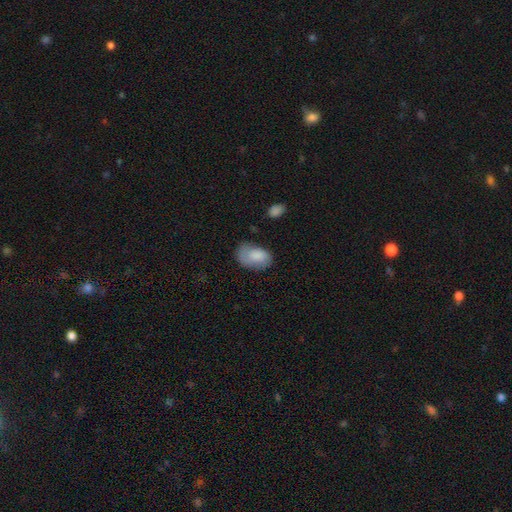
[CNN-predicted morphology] Q: Smooth or featured?
A: smooth (80%); runner-up: featured or disk (13%)
Q: How rounded?
A: in between (90%); runner-up: round (9%)
Q: Merging?
A: none (53%); runner-up: minor disturbance (31%)